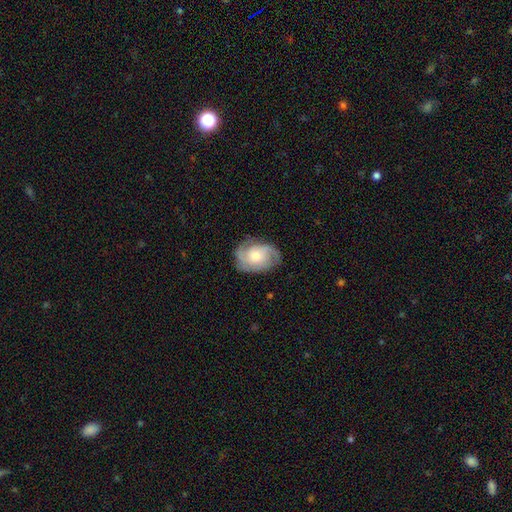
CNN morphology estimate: Smooth or featured: featured or disk — 77% (smooth — 17%)
Edge-on disk: no — 97% (yes — 3%)
Bar: no — 75% (weak — 21%)
Spiral arms: yes — 94% (no — 6%)
Spiral winding: tight — 46% (medium — 41%)
Spiral arm count: 2 — 40% (3 — 30%)
Bulge size: moderate — 54% (small — 38%)
Merging: none — 76% (minor disturbance — 17%)